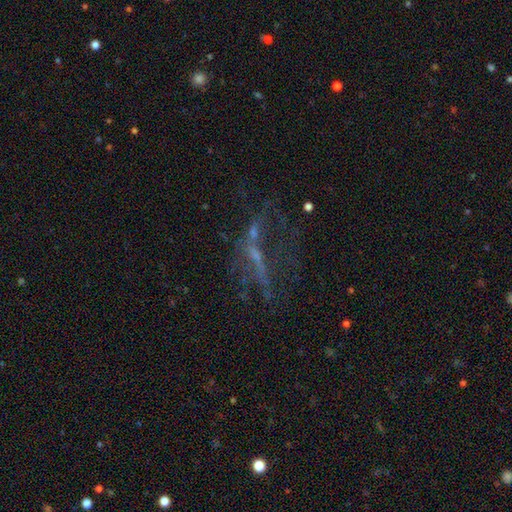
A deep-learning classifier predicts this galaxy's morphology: smooth_or_featured: featured or disk (p=0.49) [alt: star or artifact p=0.32]
merging: none (p=0.40) [alt: major disturbance p=0.35]